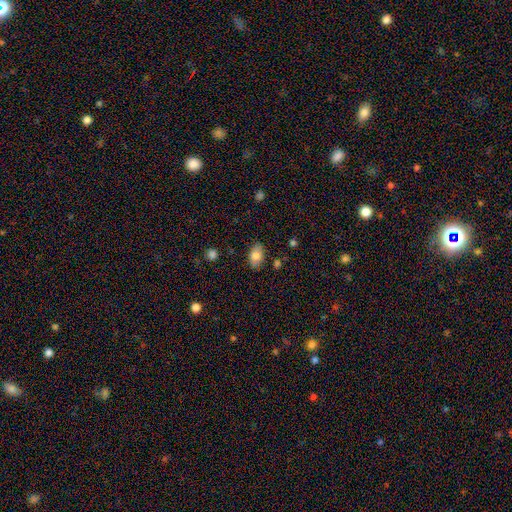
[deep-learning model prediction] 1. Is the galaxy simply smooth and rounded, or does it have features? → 81% smooth, 12% featured or disk, 8% star or artifact.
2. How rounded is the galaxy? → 90% in between, 9% round, 2% cigar-shaped.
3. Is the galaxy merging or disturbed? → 82% none, 13% minor disturbance, 3% major disturbance, 2% merger.